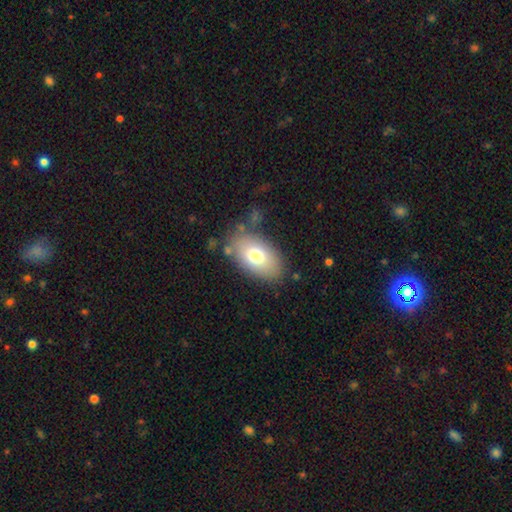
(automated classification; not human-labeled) Overall: smooth (74%). How rounded: in between (92%). Merging: none (77%).